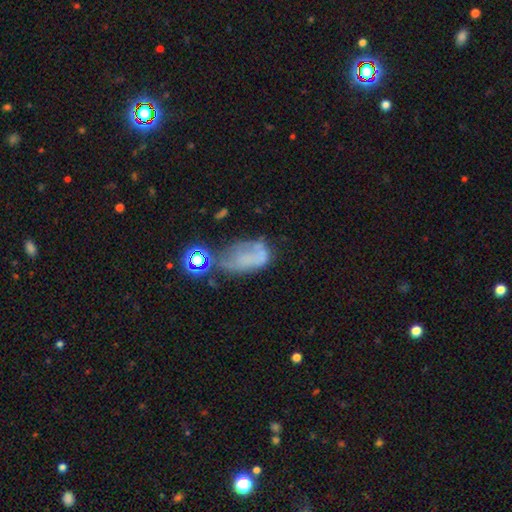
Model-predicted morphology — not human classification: This is marginally a smooth galaxy (43%). Merging: marginally major disturbance (36%).